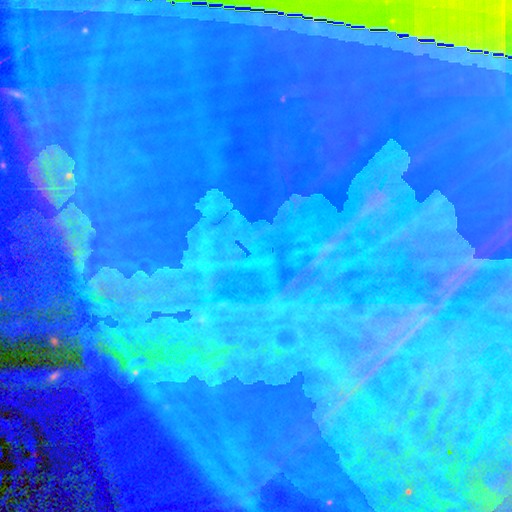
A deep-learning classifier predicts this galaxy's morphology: Overall: star or artifact (86%).